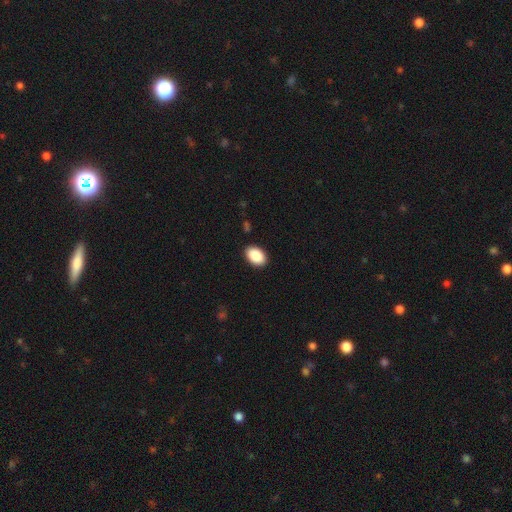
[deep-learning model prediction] Smooth or featured: smooth — 90% (star or artifact — 7%)
How rounded: in between — 90% (round — 9%)
Merging: none — 89% (minor disturbance — 8%)